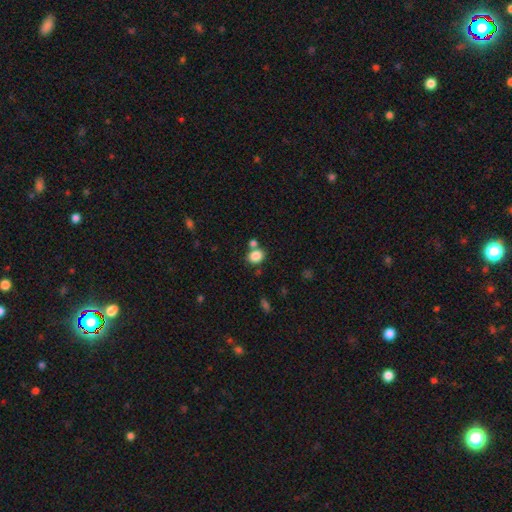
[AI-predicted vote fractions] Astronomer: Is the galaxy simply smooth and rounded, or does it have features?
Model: smooth — 85%.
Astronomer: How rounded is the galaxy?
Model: round — 54% (runner-up: in between, 45%).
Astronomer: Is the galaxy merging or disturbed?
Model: none — 64%.